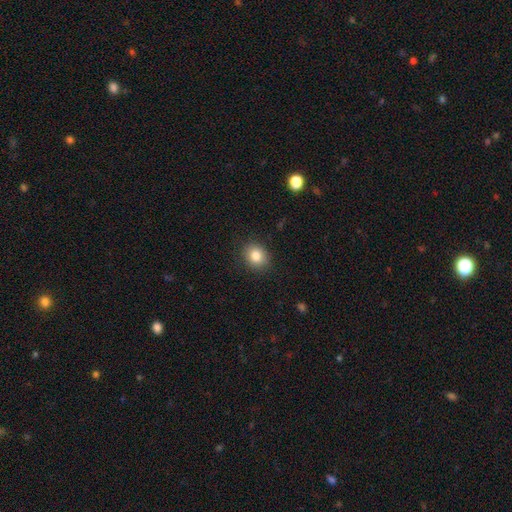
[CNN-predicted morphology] A smooth galaxy with no disk features (83%) that is round (65%). Merging: none (88%).